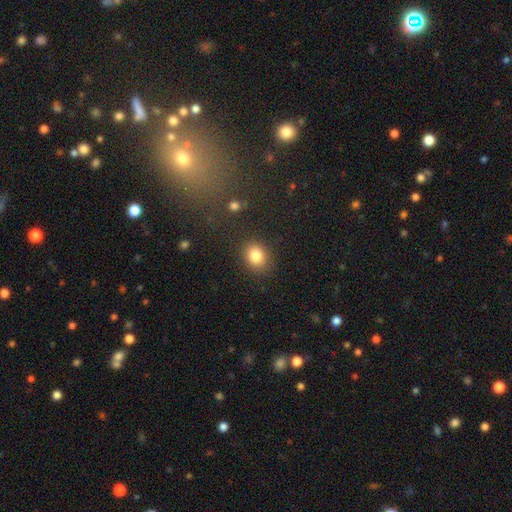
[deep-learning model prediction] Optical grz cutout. It shows a smooth galaxy with no disk features (83%) that is round (58%). Merging: none (85%).